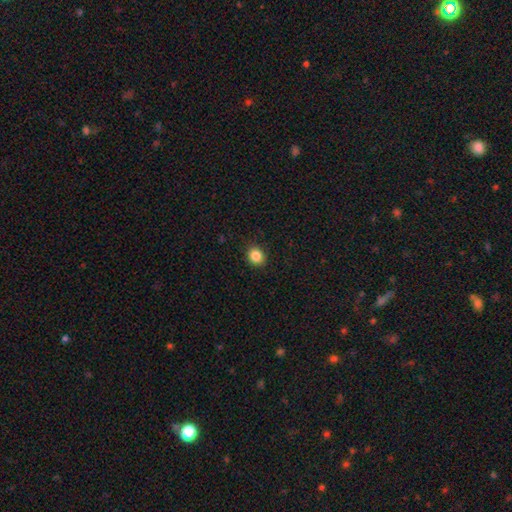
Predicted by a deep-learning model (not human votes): Smooth or featured? smooth (85%)
How rounded? round (73%)
Merging? none (90%)